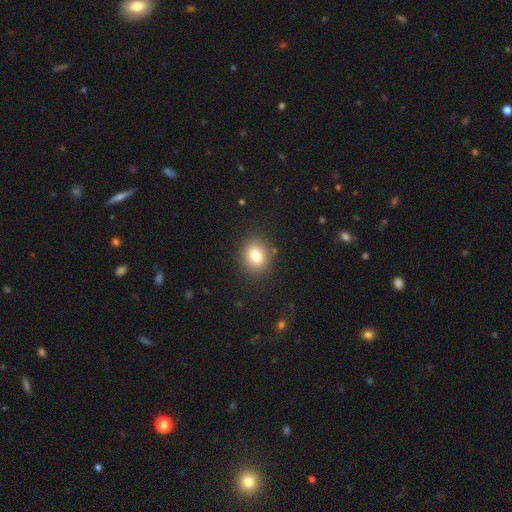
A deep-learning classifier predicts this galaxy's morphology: smooth_or_featured: smooth (p=0.79) [alt: star or artifact p=0.11]
how_rounded: round (p=0.60) [alt: in between p=0.39]
merging: none (p=0.87) [alt: minor disturbance p=0.08]